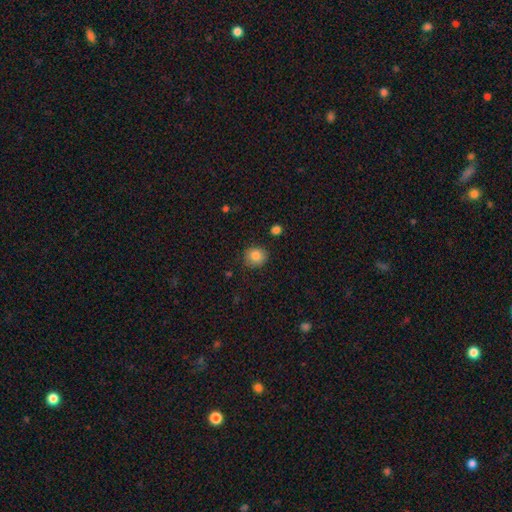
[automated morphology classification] The model was most divided on "how rounded": round: 80%, in between: 19%, cigar-shaped: 1%. More confident: merging — none (85%); smooth or featured — smooth (84%).